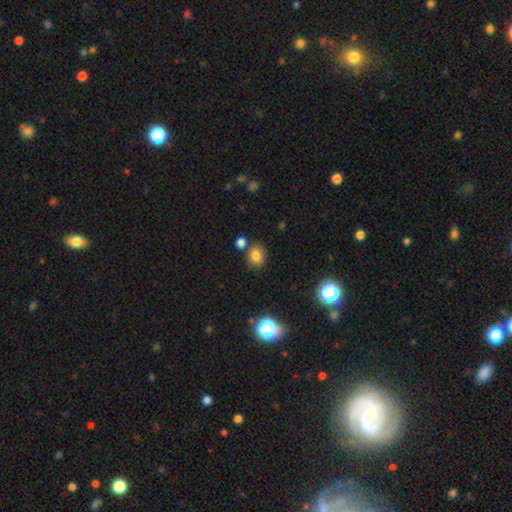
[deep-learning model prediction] This appears to be a smooth galaxy with no disk features (78%) that is round (61%). Merging: none (74%).